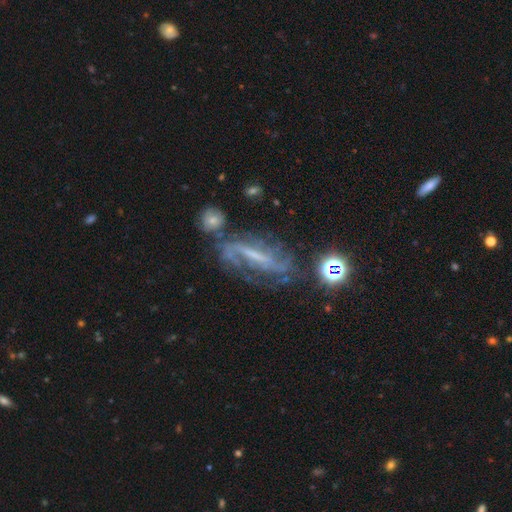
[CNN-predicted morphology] smooth-or-featured: featured or disk: 76% | star or artifact: 12% | smooth: 12%
  disk-edge-on: no: 80% | yes: 20%
    bar: strong: 53% | weak: 31% | no: 16%
    has-spiral-arms: yes: 87% | no: 13%
      spiral-winding: medium: 41% | loose: 31% | tight: 28%
      spiral-arm-count: 2: 65% | can't tell: 20% | 1: 5% | 3: 5% | 4: 2% | more than 4: 2%
    bulge-size: small: 56% | none: 21% | moderate: 19% | large: 2% | dominant: 1%
  merging: none: 48% | minor disturbance: 20% | major disturbance: 17% | merger: 16%